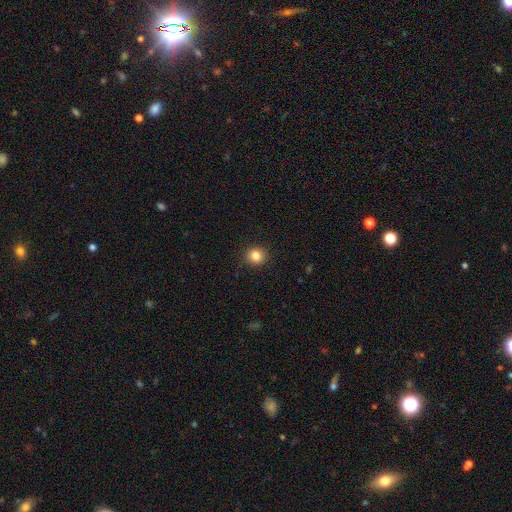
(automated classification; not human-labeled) Overall: smooth (85%). How rounded: round (88%). Merging: none (91%).